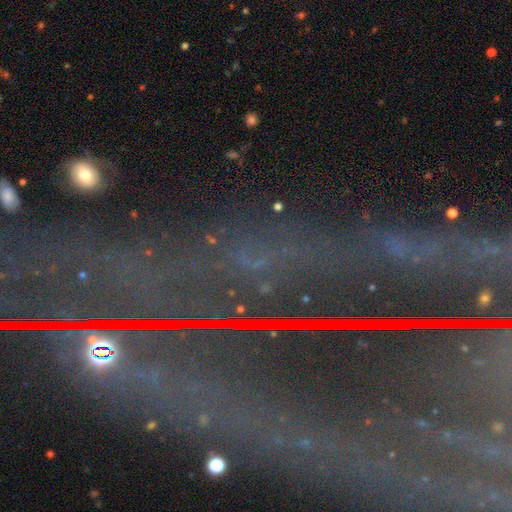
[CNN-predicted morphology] A star or artifact, not a galaxy (81%).

Vote fractions:
- Smooth or featured? star or artifact: 81% / featured or disk: 10% / smooth: 9%